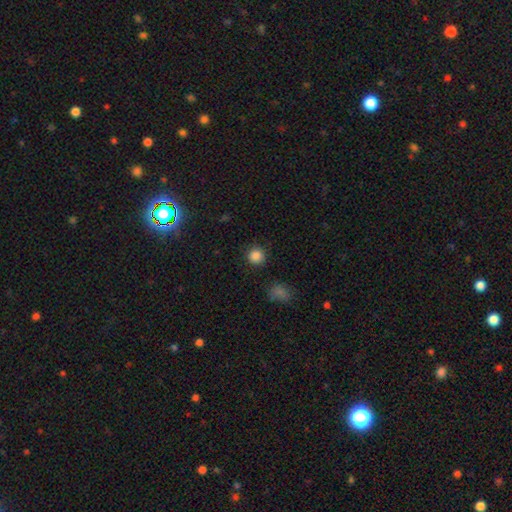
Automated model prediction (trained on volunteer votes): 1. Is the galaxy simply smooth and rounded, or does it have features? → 86% smooth, 11% star or artifact, 3% featured or disk.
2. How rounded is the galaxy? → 94% round, 5% in between, 1% cigar-shaped.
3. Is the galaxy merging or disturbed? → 89% none, 7% minor disturbance, 2% major disturbance, 2% merger.